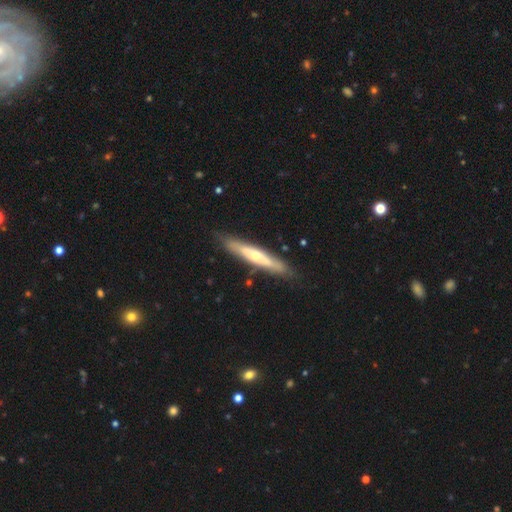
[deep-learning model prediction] Smooth or featured: featured or disk — 60% (smooth — 35%)
Edge-on disk: yes — 74% (no — 26%)
Merging: none — 83% (minor disturbance — 13%)